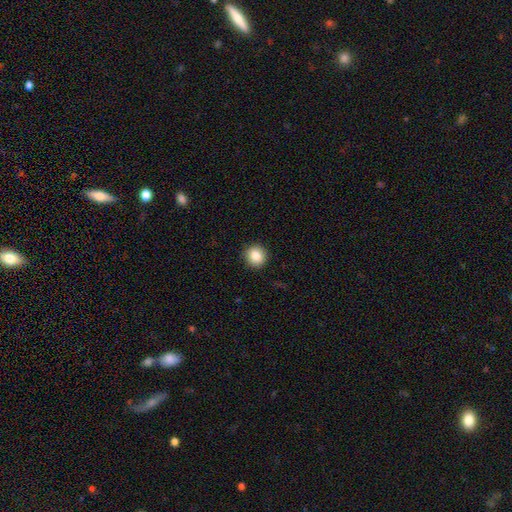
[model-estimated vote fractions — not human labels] Overall: smooth (85%). How rounded: round (91%). Merging: none (92%).